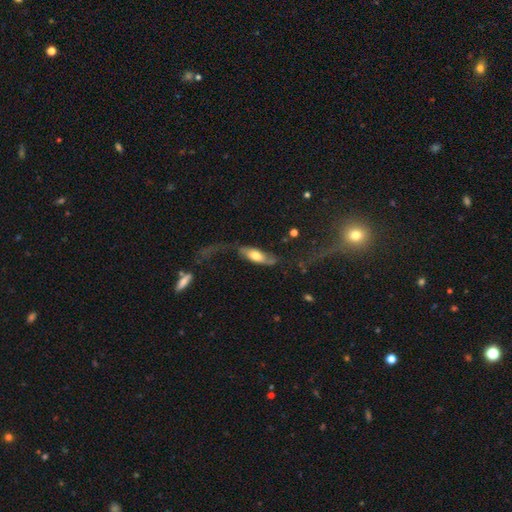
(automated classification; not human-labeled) The model was most divided on "smooth or featured": smooth: 47%, featured or disk: 46%, star or artifact: 7%. Remaining: merging — none (40%).